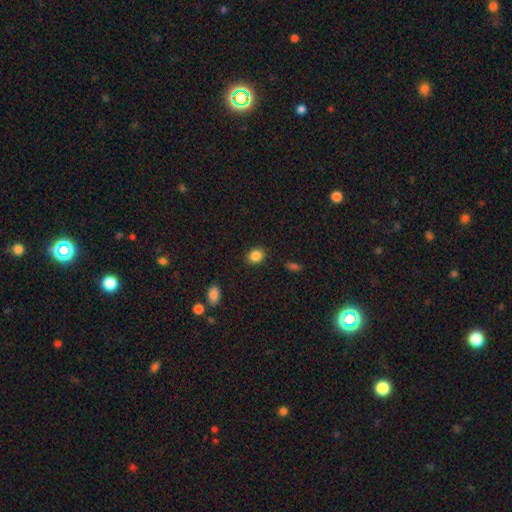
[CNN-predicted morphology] A smooth galaxy with no disk features (86%) that is round (56%). Merging: none (88%).